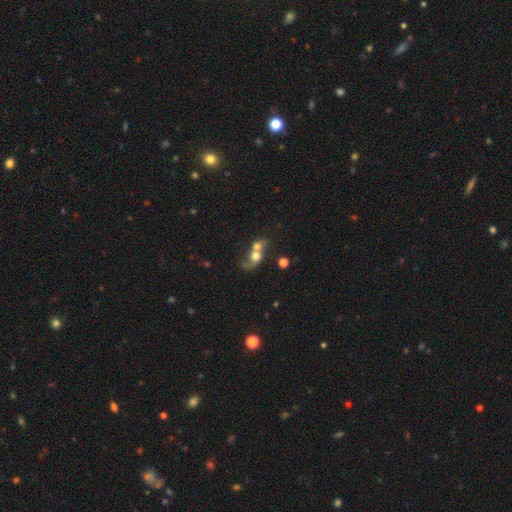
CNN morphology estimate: smooth-or-featured: smooth: 53% | featured or disk: 35% | star or artifact: 12%
  how-rounded: round: 58% | in between: 38% | cigar-shaped: 4%
  merging: merger: 71% | none: 14% | major disturbance: 9% | minor disturbance: 6%